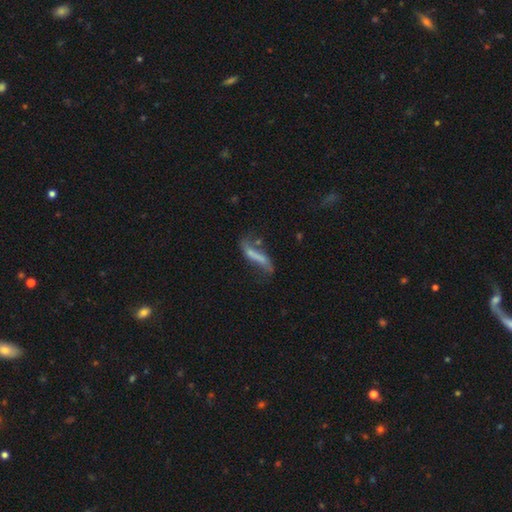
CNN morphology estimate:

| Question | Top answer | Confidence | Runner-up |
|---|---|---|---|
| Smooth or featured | featured or disk | 50% | smooth (40%) |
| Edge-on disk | no | 77% | yes (23%) |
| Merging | none | 39% | minor disturbance (25%) |